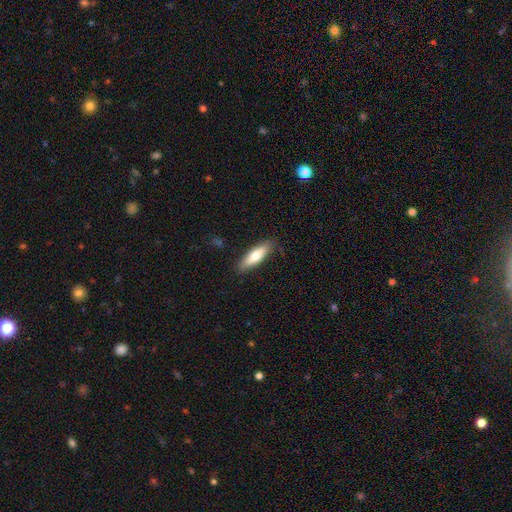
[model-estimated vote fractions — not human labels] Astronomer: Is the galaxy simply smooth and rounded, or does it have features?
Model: smooth — 68%.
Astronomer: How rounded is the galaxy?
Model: cigar-shaped — 56% (runner-up: in between, 42%).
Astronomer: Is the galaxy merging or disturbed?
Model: none — 84%.